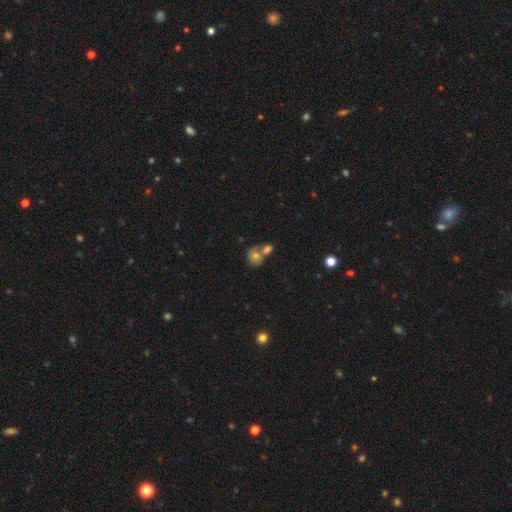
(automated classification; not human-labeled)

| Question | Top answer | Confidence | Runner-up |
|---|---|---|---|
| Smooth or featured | smooth | 65% | featured or disk (21%) |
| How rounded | round | 69% | in between (30%) |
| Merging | merger | 46% | none (39%) |